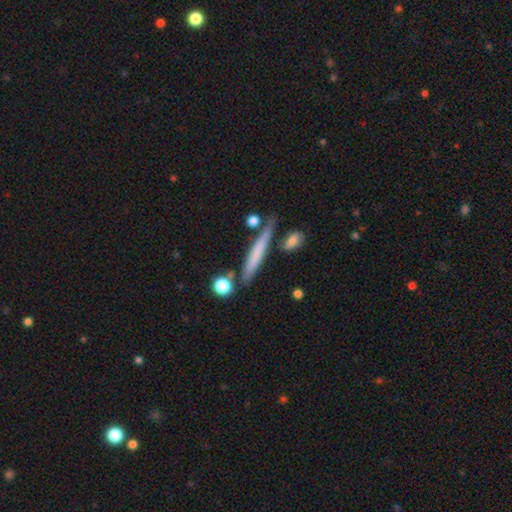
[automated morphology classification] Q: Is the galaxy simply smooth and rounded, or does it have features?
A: smooth — 58%.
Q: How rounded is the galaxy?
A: cigar-shaped — 92%.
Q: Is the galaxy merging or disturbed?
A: none — 77%.